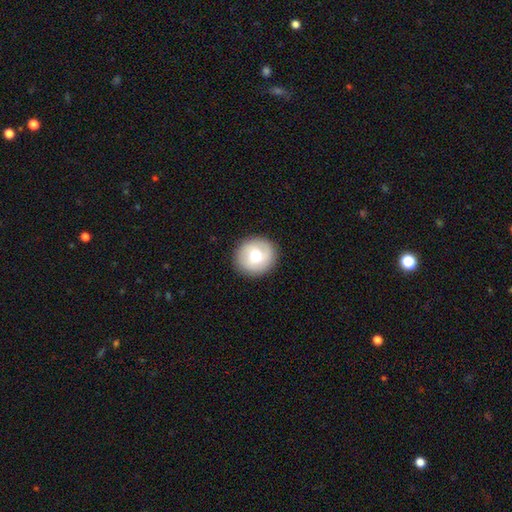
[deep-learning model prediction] This appears to be a smooth galaxy with no disk features (63%) that is round (92%). Merging: none (90%).